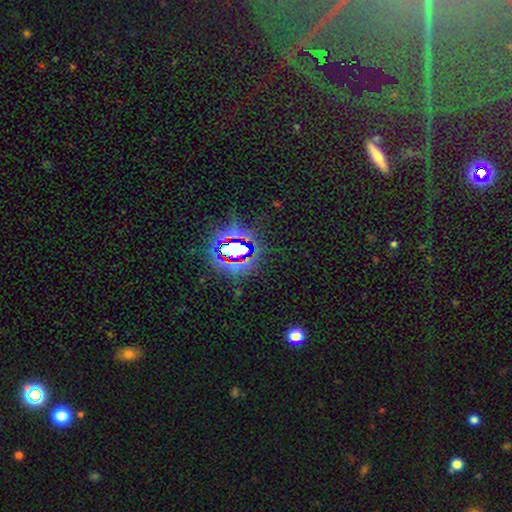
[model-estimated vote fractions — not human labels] Smooth or featured? star or artifact (71%)